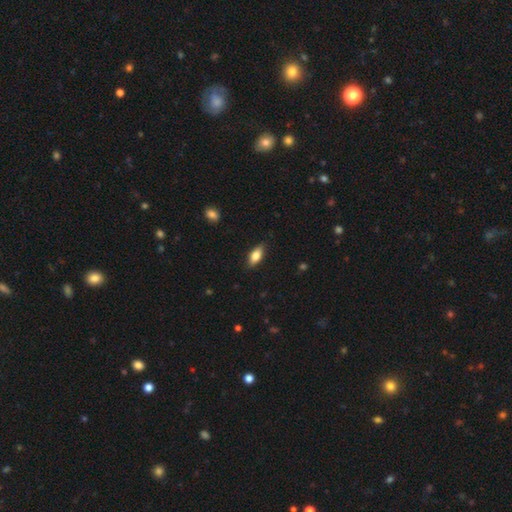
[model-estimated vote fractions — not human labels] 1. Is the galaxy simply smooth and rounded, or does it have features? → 77% smooth, 16% featured or disk, 7% star or artifact.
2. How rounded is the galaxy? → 82% in between, 15% cigar-shaped, 3% round.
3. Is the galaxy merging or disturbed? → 85% none, 11% minor disturbance, 2% major disturbance, 1% merger.